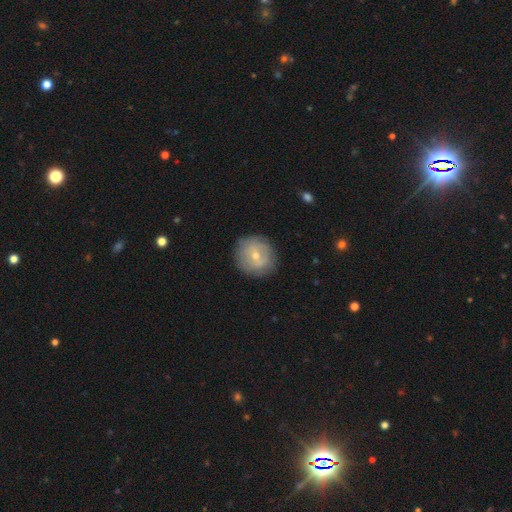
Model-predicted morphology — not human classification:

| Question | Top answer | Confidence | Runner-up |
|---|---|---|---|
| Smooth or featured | smooth | 50% | featured or disk (42%) |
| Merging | none | 82% | minor disturbance (13%) |